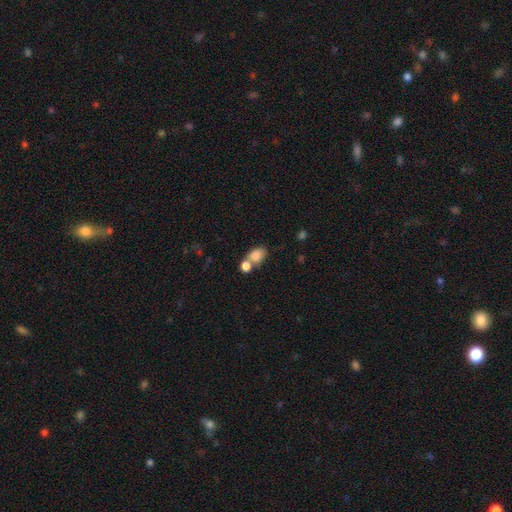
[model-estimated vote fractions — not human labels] Smooth or featured? smooth (82%)
How rounded? in between (72%)
Merging? merger (52%)